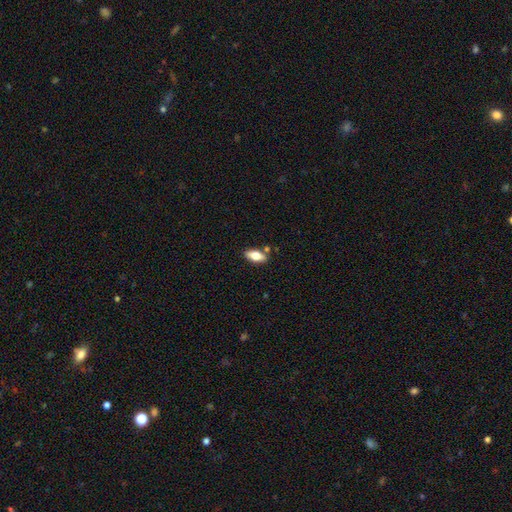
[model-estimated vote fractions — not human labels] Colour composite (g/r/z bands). It shows a smooth galaxy with no disk features (69%) that is in between round and cigar-shaped (85%). Merging: none (80%).